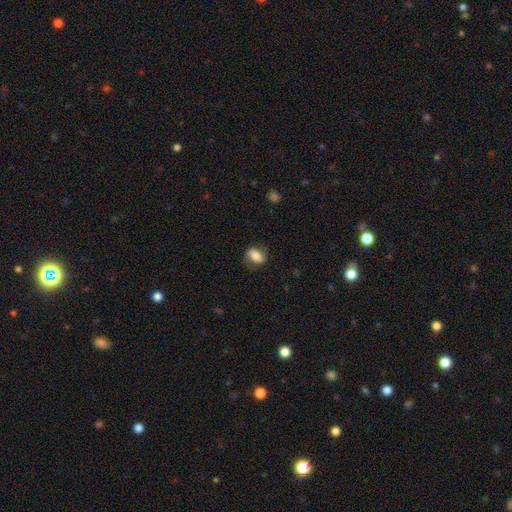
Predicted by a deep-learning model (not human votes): Smooth or featured? Predicted: smooth (p=0.63). How rounded? Predicted: in between (p=0.82). Merging? Predicted: none (p=0.71).